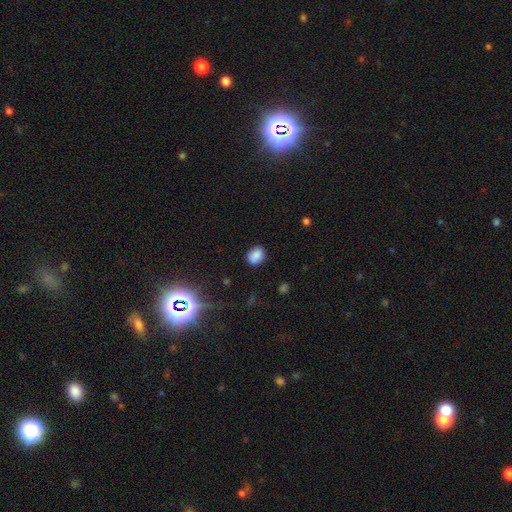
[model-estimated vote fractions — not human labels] Smooth or featured: smooth — 83% (star or artifact — 12%)
How rounded: in between — 53% (round — 46%)
Merging: none — 83% (minor disturbance — 12%)